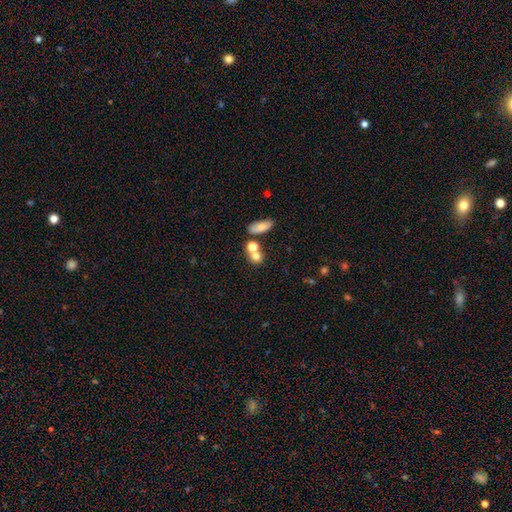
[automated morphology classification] Q: Smooth or featured?
A: smooth (73%); runner-up: featured or disk (14%)
Q: How rounded?
A: round (65%); runner-up: in between (32%)
Q: Merging?
A: merger (44%); runner-up: none (43%)